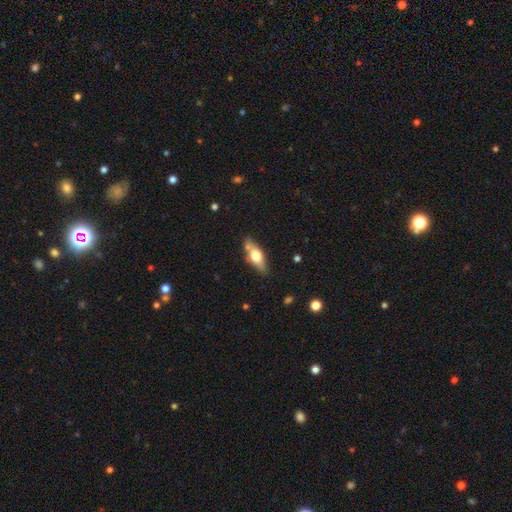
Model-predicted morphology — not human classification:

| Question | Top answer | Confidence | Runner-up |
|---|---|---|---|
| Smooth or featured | smooth | 54% | featured or disk (40%) |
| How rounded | in between | 62% | cigar-shaped (34%) |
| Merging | none | 73% | minor disturbance (16%) |